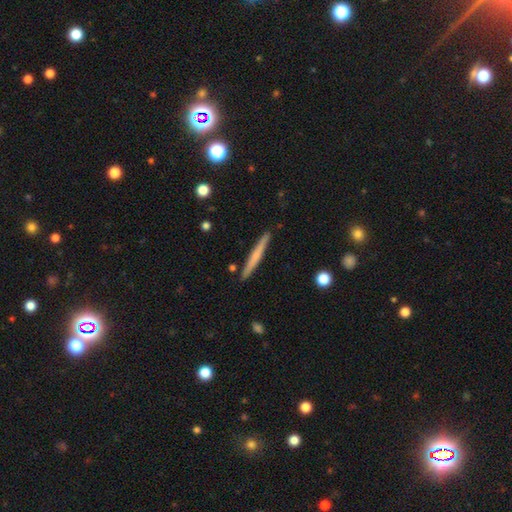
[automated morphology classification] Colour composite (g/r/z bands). It shows a smooth galaxy with no disk features (54%) that is cigar-shaped (96%). Merging: none (91%).